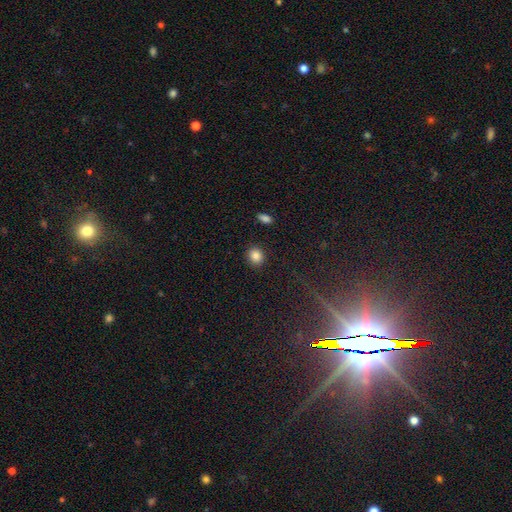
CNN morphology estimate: smooth 85%, star or artifact 10%, featured or disk 5%. Down the decision tree: how rounded — round (76%); merging — none (90%).